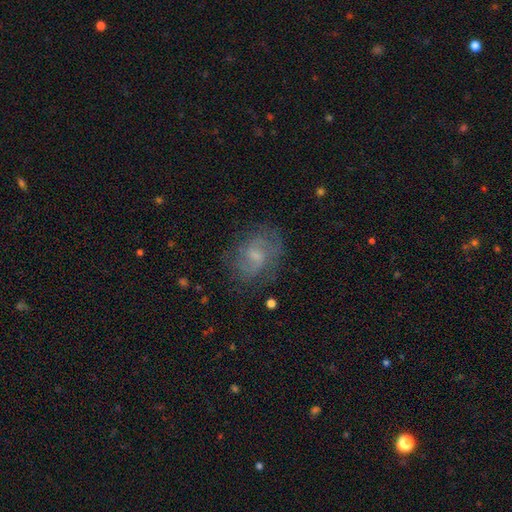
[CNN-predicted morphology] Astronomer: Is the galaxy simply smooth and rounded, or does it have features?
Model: featured or disk — 62%.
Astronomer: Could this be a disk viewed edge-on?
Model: no — 97%.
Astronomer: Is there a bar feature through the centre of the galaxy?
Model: weak — 51% (runner-up: no, 41%).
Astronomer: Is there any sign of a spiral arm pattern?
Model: yes — 84%.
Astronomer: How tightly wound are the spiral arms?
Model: medium — 47% (runner-up: tight, 26%).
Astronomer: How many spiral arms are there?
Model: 2 — 62%.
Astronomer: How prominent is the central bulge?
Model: small — 51% (runner-up: moderate, 32%).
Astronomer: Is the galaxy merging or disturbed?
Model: none — 69%.